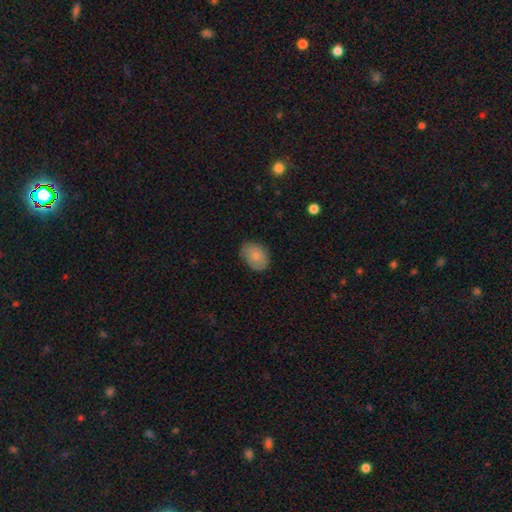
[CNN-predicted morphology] Smooth or featured?
  - smooth: 82% *
  - featured or disk: 11%
  - star or artifact: 7%
How rounded?
  - in between: 75% *
  - round: 24%
  - cigar-shaped: 1%
Merging?
  - none: 74% *
  - minor disturbance: 20%
  - major disturbance: 4%
  - merger: 1%